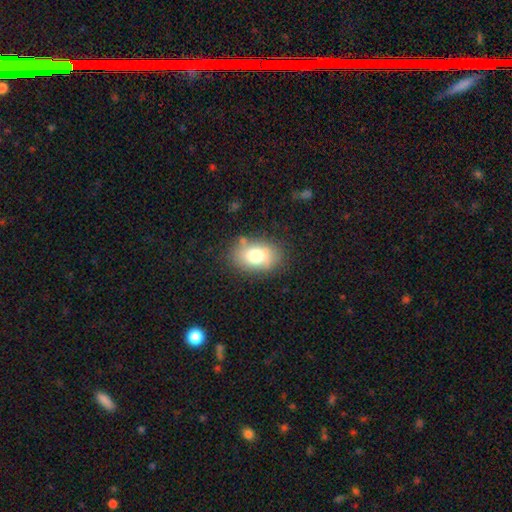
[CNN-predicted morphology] Smooth or featured?
  - smooth: 76% *
  - featured or disk: 15%
  - star or artifact: 9%
How rounded?
  - in between: 82% *
  - round: 16%
  - cigar-shaped: 1%
Merging?
  - none: 77% *
  - minor disturbance: 16%
  - major disturbance: 5%
  - merger: 3%